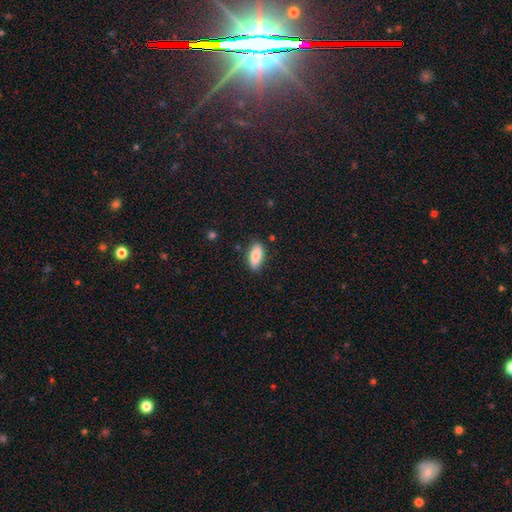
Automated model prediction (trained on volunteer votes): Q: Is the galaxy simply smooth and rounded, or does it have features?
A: smooth — 81%.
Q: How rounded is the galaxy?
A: in between — 87%.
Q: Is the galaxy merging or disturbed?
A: none — 83%.